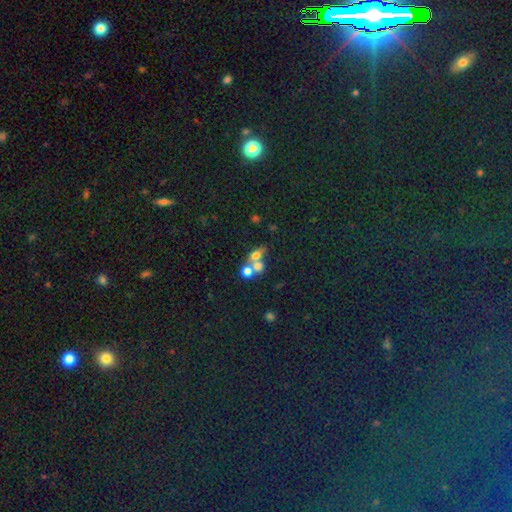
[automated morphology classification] Q: Smooth or featured?
A: smooth (60%); runner-up: featured or disk (25%)
Q: How rounded?
A: round (59%); runner-up: in between (36%)
Q: Merging?
A: merger (62%); runner-up: none (26%)